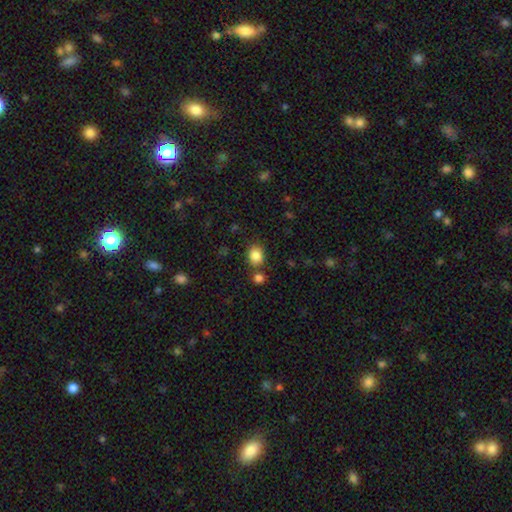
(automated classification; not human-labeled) Smooth or featured? smooth (86%)
How rounded? round (58%)
Merging? none (73%)